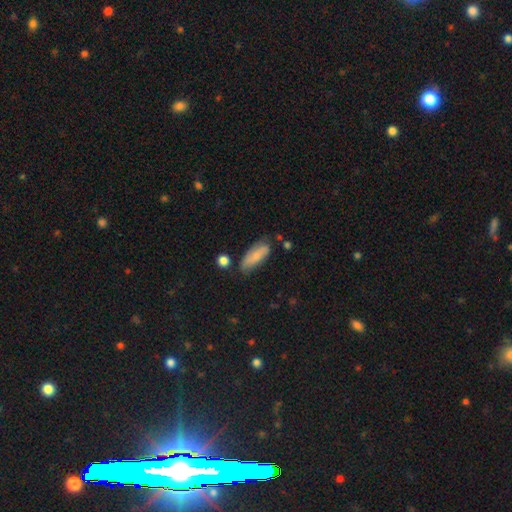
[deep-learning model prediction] Overall: smooth (71%). How rounded: in between (74%). Merging: none (63%; minor disturbance 27%).